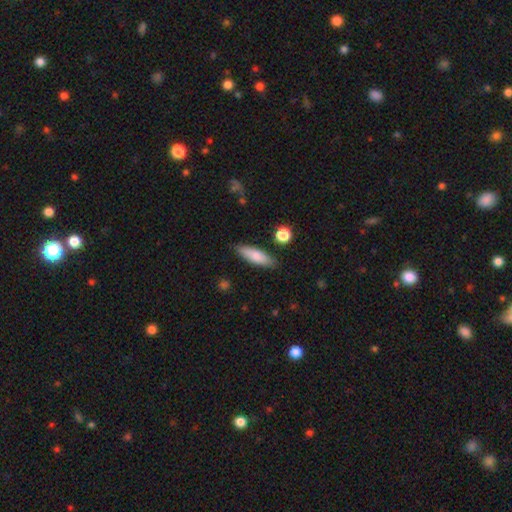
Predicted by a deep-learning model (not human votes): A smooth galaxy with no disk features (77%) that is cigar-shaped (54%).

Vote fractions:
- Smooth or featured? smooth: 77% / featured or disk: 16% / star or artifact: 6%
- How rounded? cigar-shaped: 54% / in between: 44% / round: 2%
- Merging? none: 85% / minor disturbance: 10% / merger: 2% / major disturbance: 2%